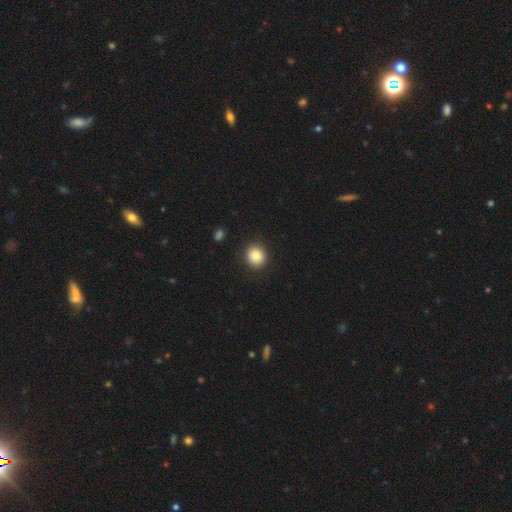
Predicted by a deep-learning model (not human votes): Smooth or featured? smooth (86%)
How rounded? round (86%)
Merging? none (91%)